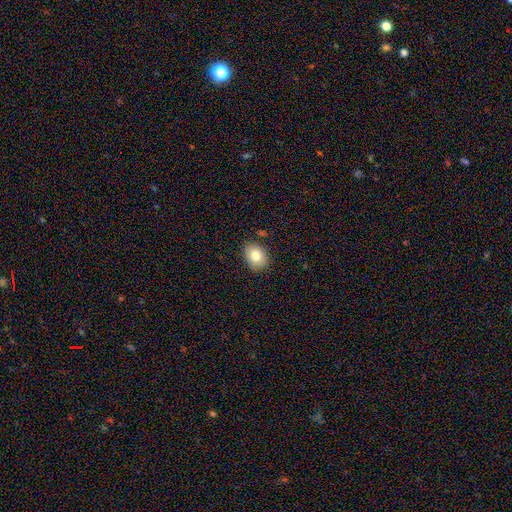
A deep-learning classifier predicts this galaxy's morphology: The model was most divided on "how rounded": in between: 61%, round: 38%, cigar-shaped: 1%. More confident: merging — none (87%); smooth or featured — smooth (80%).